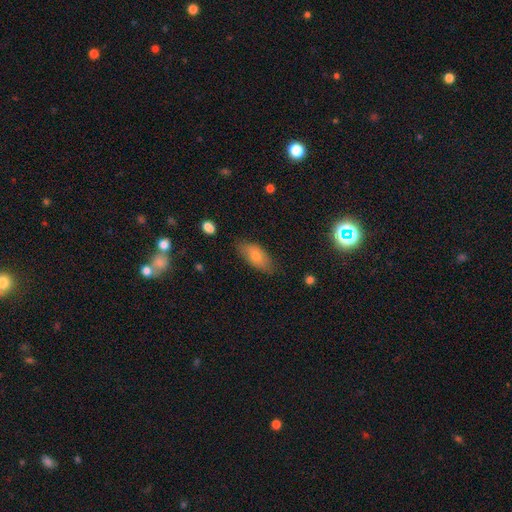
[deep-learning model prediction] Smooth or featured? Predicted: smooth (p=0.74). How rounded? Predicted: in between (p=0.88). Merging? Predicted: none (p=0.76).